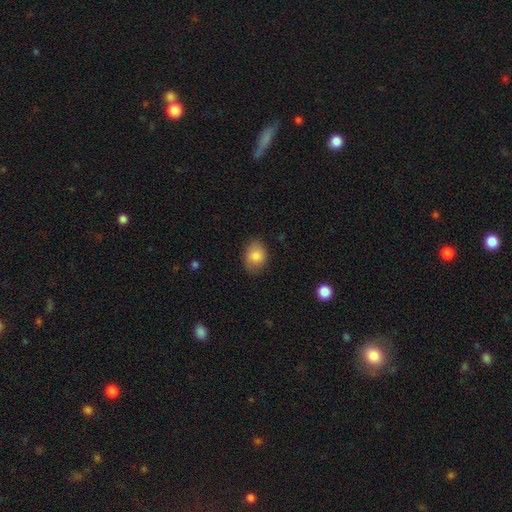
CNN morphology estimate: type=smooth (85%); roundness=in between (64%); merging=none (77%).